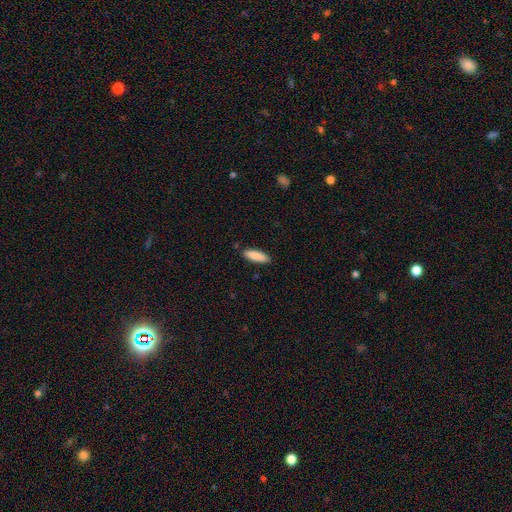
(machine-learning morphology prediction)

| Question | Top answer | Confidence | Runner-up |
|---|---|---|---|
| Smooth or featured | smooth | 89% | star or artifact (6%) |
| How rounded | cigar-shaped | 56% | in between (43%) |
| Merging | none | 87% | minor disturbance (9%) |